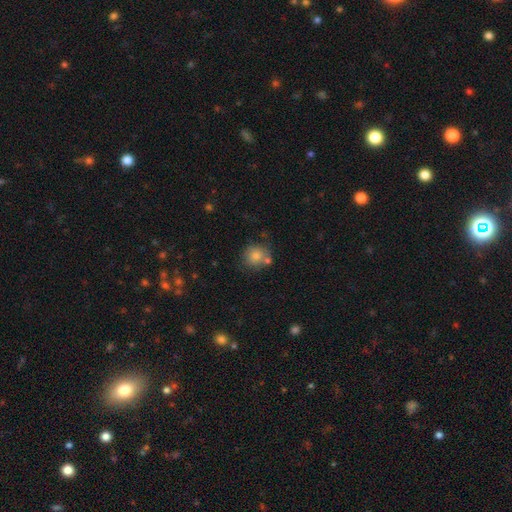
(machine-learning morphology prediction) smooth_or_featured: smooth (p=0.80) [alt: star or artifact p=0.10]
how_rounded: round (p=0.88) [alt: in between p=0.11]
merging: none (p=0.67) [alt: merger p=0.15]